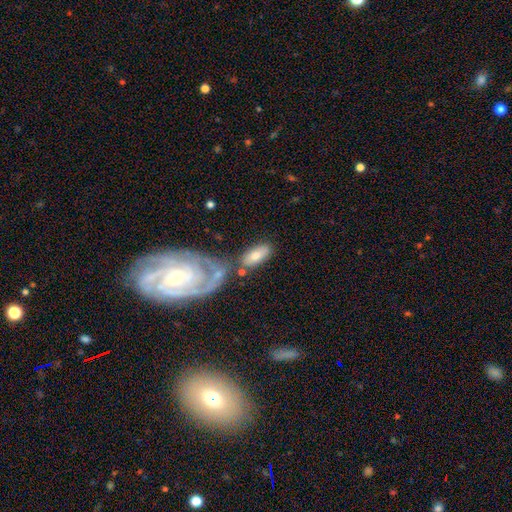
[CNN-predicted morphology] smooth_or_featured: smooth (p=0.69) [alt: featured or disk p=0.25]
how_rounded: in between (p=0.83) [alt: cigar-shaped p=0.14]
merging: none (p=0.59) [alt: merger p=0.19]